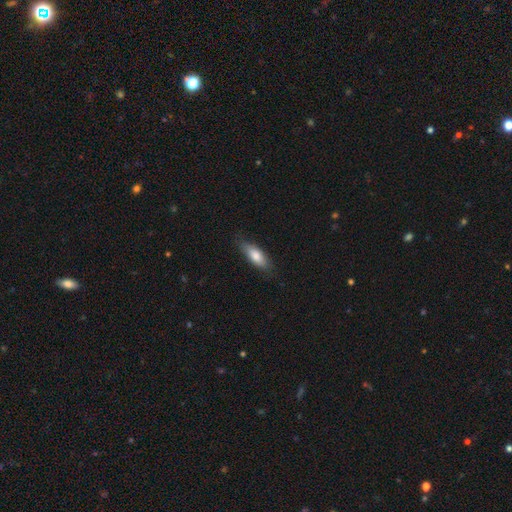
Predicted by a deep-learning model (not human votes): Smooth or featured: smooth — 76% (featured or disk — 18%)
How rounded: in between — 65% (cigar-shaped — 33%)
Merging: none — 78% (minor disturbance — 18%)